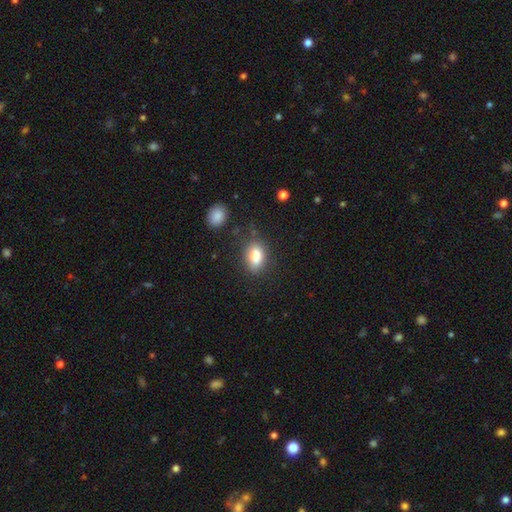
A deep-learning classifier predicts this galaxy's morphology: The model was most divided on "merging": none: 74%, minor disturbance: 16%, major disturbance: 5%, merger: 5%. More confident: how rounded — in between (85%); smooth or featured — smooth (84%).